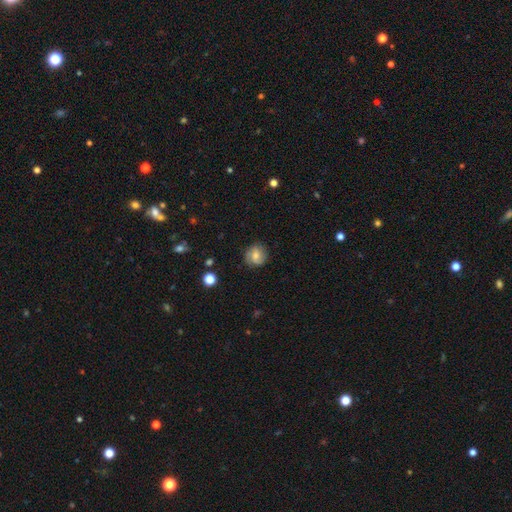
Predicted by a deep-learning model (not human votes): smooth_or_featured: smooth (p=0.58) [alt: featured or disk p=0.33]
how_rounded: round (p=0.84) [alt: in between p=0.15]
merging: none (p=0.81) [alt: minor disturbance p=0.14]